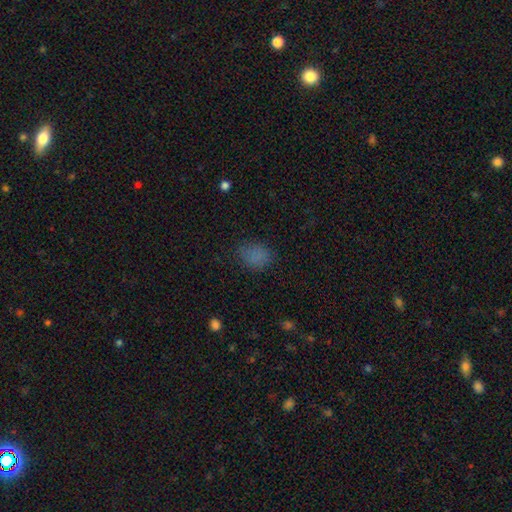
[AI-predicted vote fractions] Smooth or featured? Predicted: smooth (p=0.77). How rounded? Predicted: in between (p=0.55). Merging? Predicted: none (p=0.75).